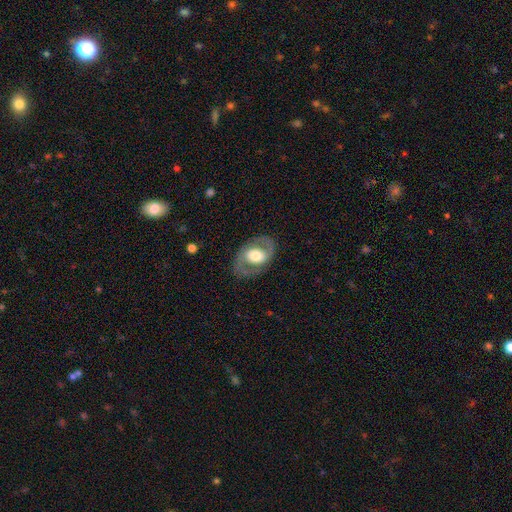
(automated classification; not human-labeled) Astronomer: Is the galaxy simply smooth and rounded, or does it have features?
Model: featured or disk — 75%.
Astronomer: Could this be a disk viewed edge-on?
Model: no — 96%.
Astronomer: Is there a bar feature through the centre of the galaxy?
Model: no — 54% (runner-up: weak, 32%).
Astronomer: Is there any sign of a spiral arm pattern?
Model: yes — 77%.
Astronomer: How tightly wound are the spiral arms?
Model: medium — 54%.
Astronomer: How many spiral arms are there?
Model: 2 — 89%.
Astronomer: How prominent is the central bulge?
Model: moderate — 53% (runner-up: large, 35%).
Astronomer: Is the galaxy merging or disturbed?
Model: none — 80%.